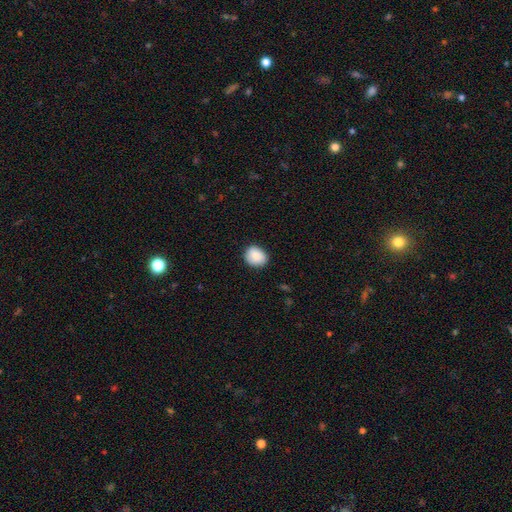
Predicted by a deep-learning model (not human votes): Smooth or featured? smooth (86%)
How rounded? round (64%)
Merging? none (83%)